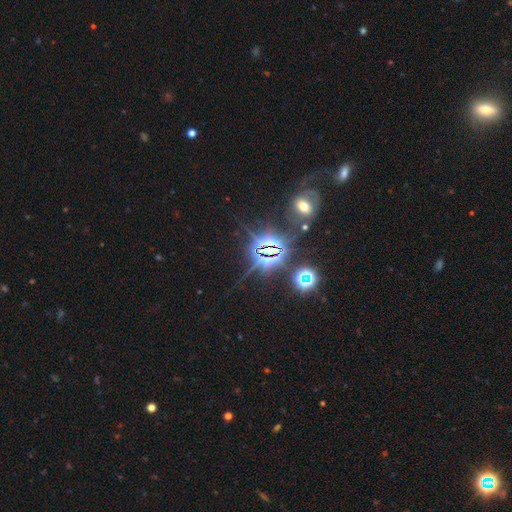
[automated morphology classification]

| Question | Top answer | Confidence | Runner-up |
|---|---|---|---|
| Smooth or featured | star or artifact | 77% | featured or disk (11%) |